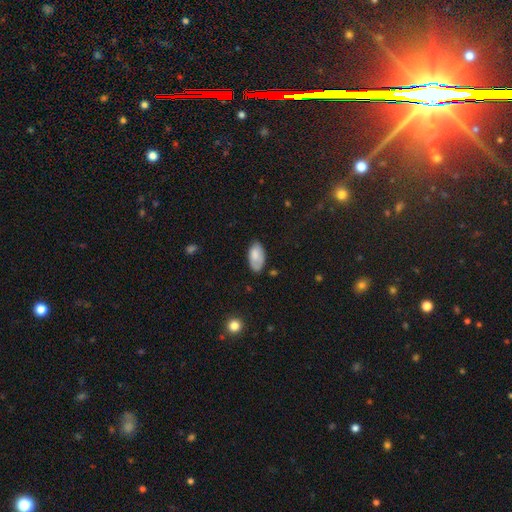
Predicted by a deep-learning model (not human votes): Smooth or featured?
  - smooth: 78% *
  - featured or disk: 16%
  - star or artifact: 7%
How rounded?
  - in between: 95% *
  - round: 3%
  - cigar-shaped: 2%
Merging?
  - none: 70% *
  - minor disturbance: 24%
  - major disturbance: 5%
  - merger: 2%